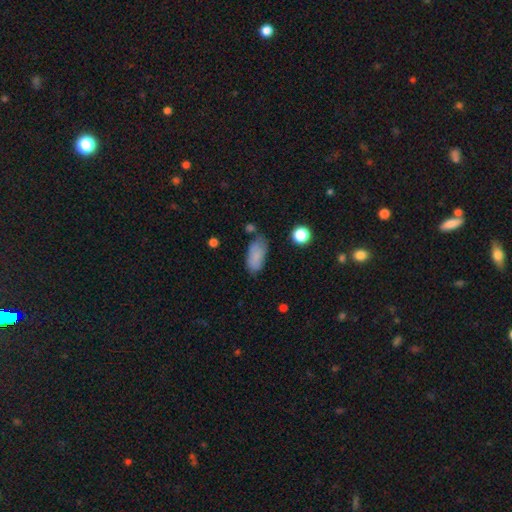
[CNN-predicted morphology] Smooth or featured? Predicted: smooth (p=0.83). How rounded? Predicted: in between (p=0.89). Merging? Predicted: none (p=0.63).